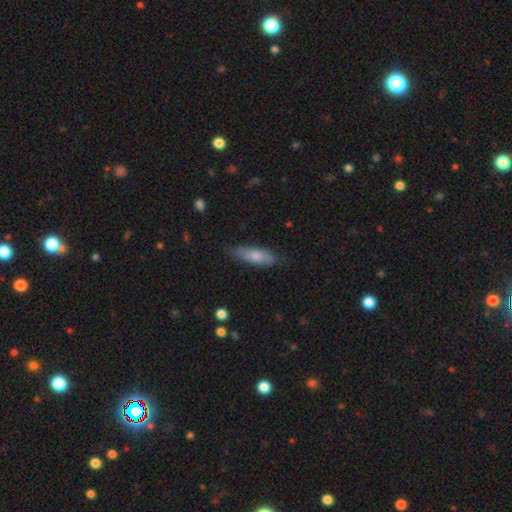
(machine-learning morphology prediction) type=smooth (74%); roundness=in between (50%); merging=none (76%).